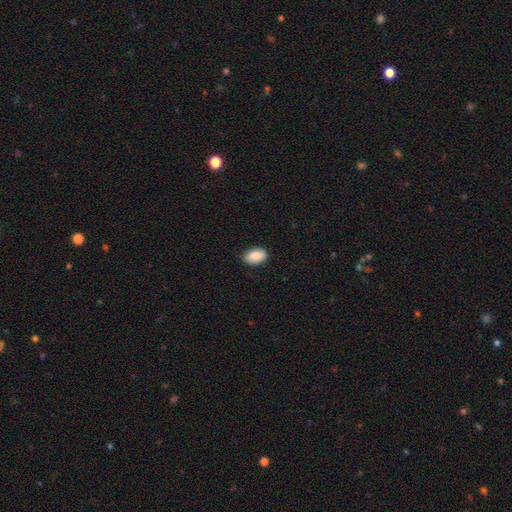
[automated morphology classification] Smooth or featured? smooth (87%)
How rounded? in between (90%)
Merging? none (89%)